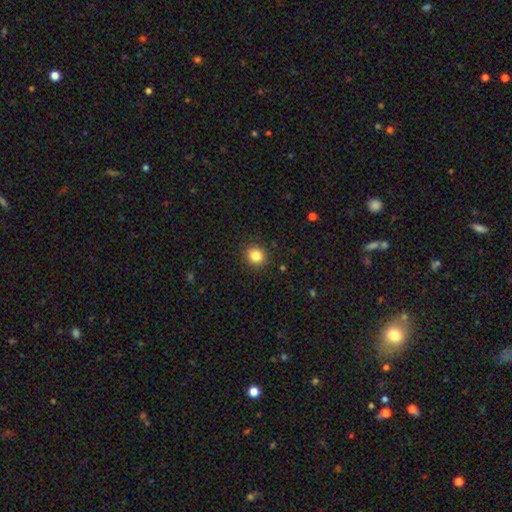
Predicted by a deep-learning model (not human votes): Q: Smooth or featured?
A: smooth (84%); runner-up: star or artifact (11%)
Q: How rounded?
A: round (77%); runner-up: in between (22%)
Q: Merging?
A: none (90%); runner-up: minor disturbance (7%)